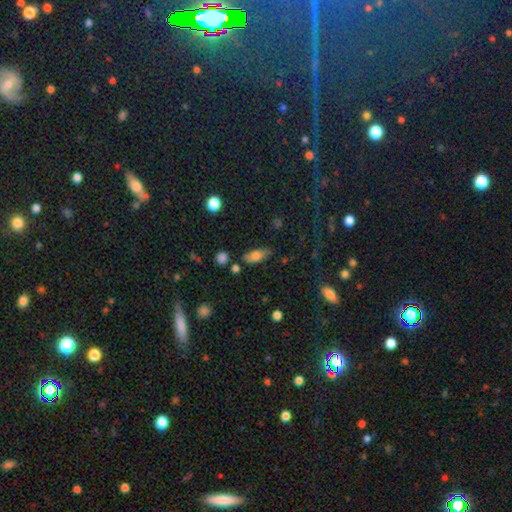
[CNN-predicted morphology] Smooth or featured?
  - smooth: 73% *
  - featured or disk: 18%
  - star or artifact: 9%
How rounded?
  - in between: 74% *
  - cigar-shaped: 21%
  - round: 4%
Merging?
  - none: 73% *
  - minor disturbance: 18%
  - merger: 5%
  - major disturbance: 4%